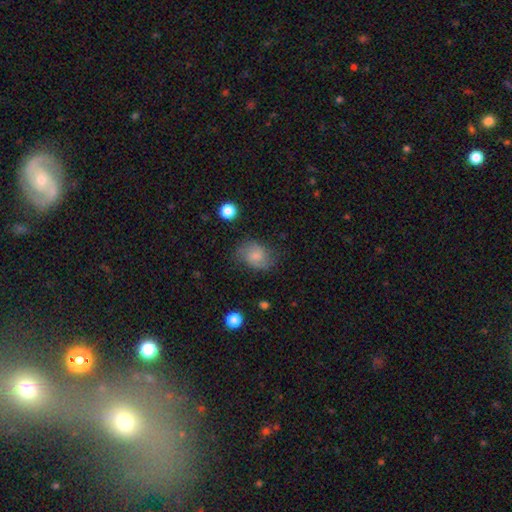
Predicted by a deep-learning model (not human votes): Morphology: type=smooth (60%); roundness=in between (60%); merging=none (67%).